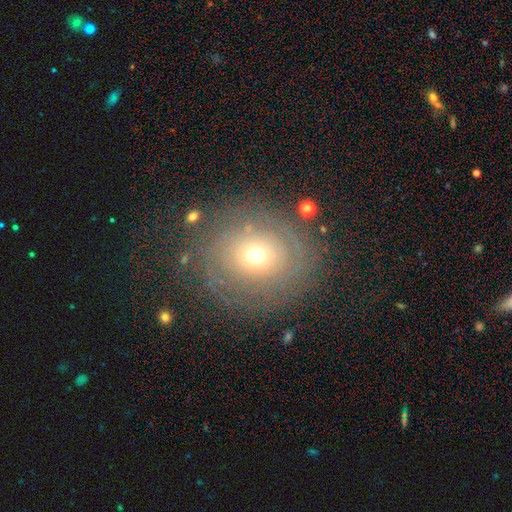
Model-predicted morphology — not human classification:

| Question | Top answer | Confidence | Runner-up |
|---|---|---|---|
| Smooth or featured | smooth | 44% | featured or disk (41%) |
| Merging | none | 77% | minor disturbance (13%) |